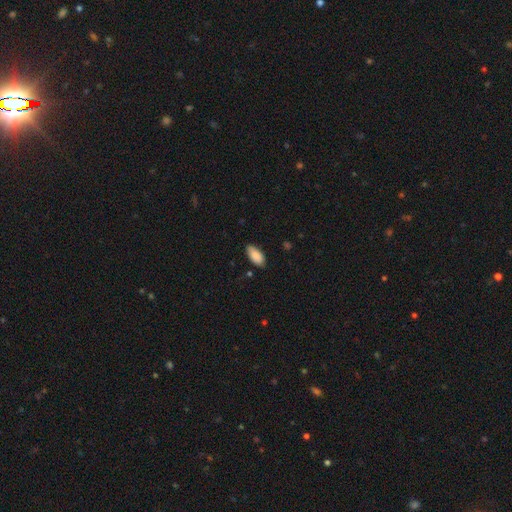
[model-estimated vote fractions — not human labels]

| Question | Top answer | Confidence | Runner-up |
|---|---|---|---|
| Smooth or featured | smooth | 88% | star or artifact (6%) |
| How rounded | in between | 91% | cigar-shaped (7%) |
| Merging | none | 79% | minor disturbance (17%) |